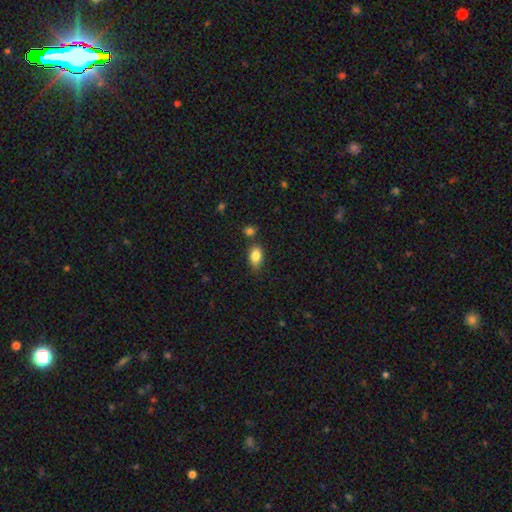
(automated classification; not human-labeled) This is clearly a smooth galaxy (85%). How rounded: clearly in between (89%). Merging: likely none (70%).